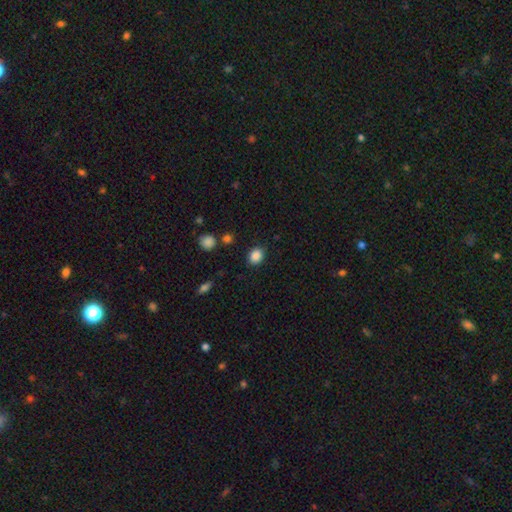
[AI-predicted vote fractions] Morphology: type=smooth (86%); roundness=round (50%); merging=none (85%).